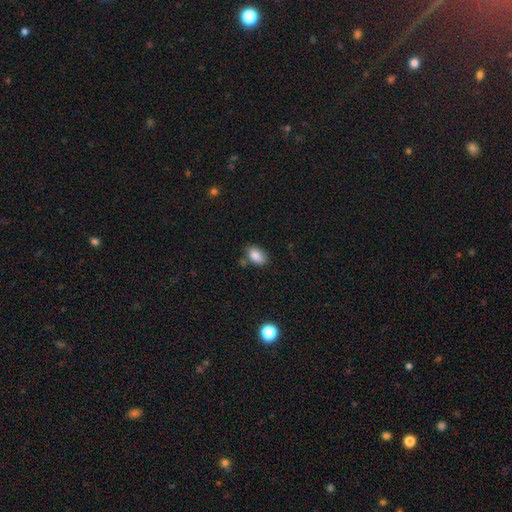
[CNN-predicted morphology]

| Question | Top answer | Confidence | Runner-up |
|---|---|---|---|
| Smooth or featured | smooth | 87% | star or artifact (8%) |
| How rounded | in between | 88% | round (10%) |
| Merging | none | 71% | minor disturbance (18%) |